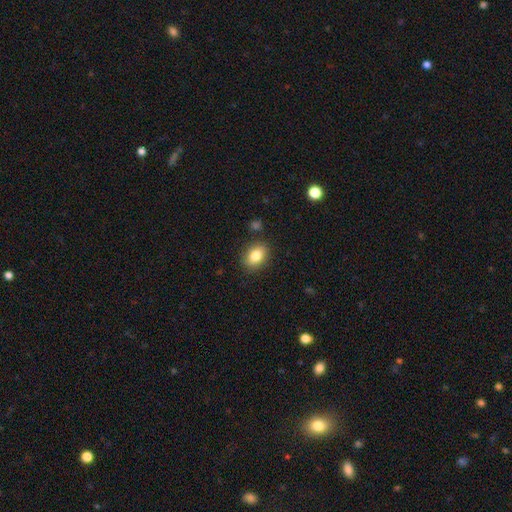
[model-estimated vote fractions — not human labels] Smooth or featured? Predicted: smooth (p=0.82). How rounded? Predicted: in between (p=0.76). Merging? Predicted: none (p=0.86).